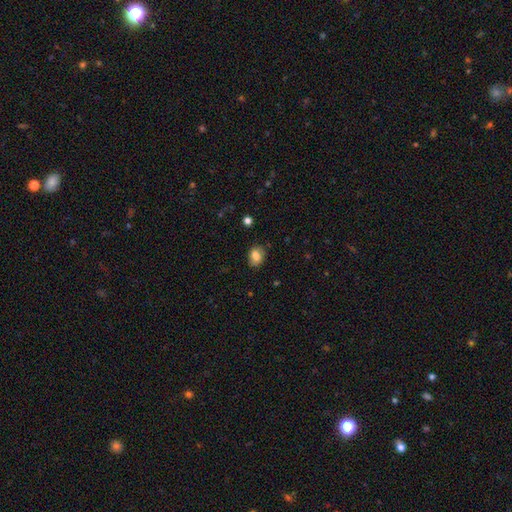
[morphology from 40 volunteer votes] This appears to be a smooth galaxy with no disk features (75%) that is in between round and cigar-shaped (67%). Merging: none (81%).